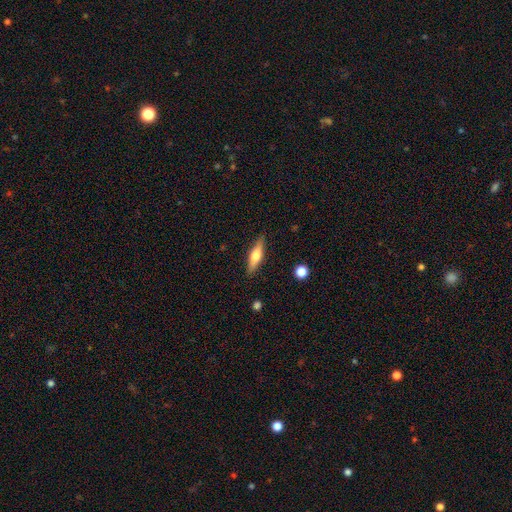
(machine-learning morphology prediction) Smooth or featured: smooth — 49% (featured or disk — 45%)
Merging: none — 88% (minor disturbance — 9%)